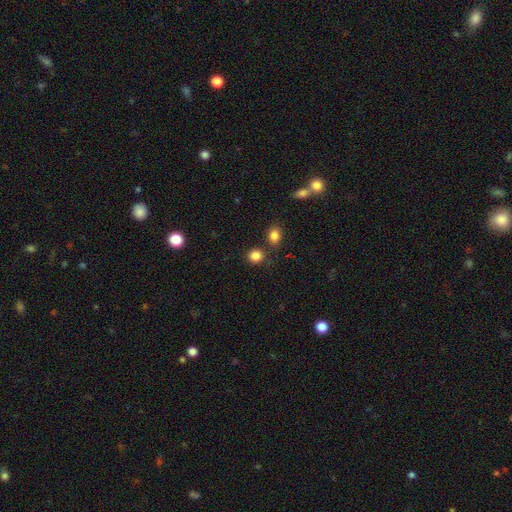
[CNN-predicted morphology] A smooth galaxy with no disk features (85%) that is round (82%).

Vote fractions:
- Smooth or featured? smooth: 85% / star or artifact: 11% / featured or disk: 4%
- How rounded? round: 82% / in between: 17% / cigar-shaped: 1%
- Merging? none: 79% / merger: 9% / minor disturbance: 9% / major disturbance: 3%